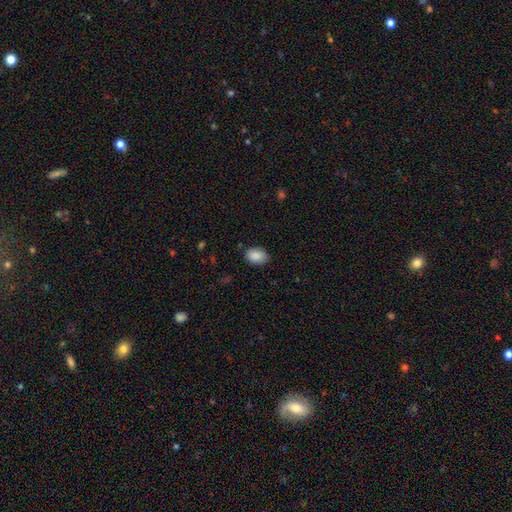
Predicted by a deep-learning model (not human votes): Smooth or featured?
  - smooth: 89% *
  - star or artifact: 7%
  - featured or disk: 4%
How rounded?
  - in between: 81% *
  - round: 18%
  - cigar-shaped: 1%
Merging?
  - none: 83% *
  - minor disturbance: 13%
  - major disturbance: 3%
  - merger: 1%